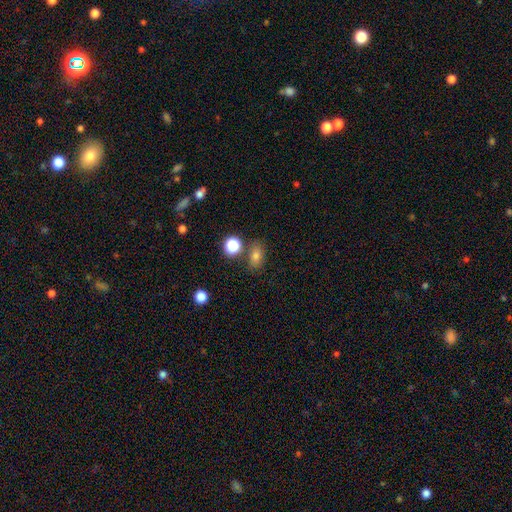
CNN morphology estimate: This appears to be a smooth galaxy with no disk features (76%) that is in between round and cigar-shaped (75%). Merging: none (75%).